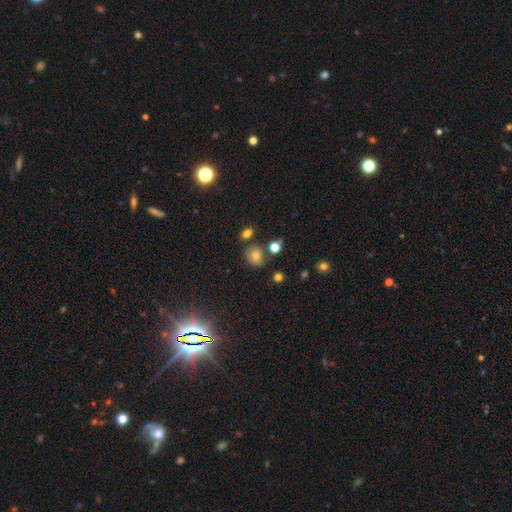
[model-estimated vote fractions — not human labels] The model was most divided on "how rounded": round: 66%, in between: 33%, cigar-shaped: 1%. More confident: smooth or featured — smooth (73%); merging — none (72%).